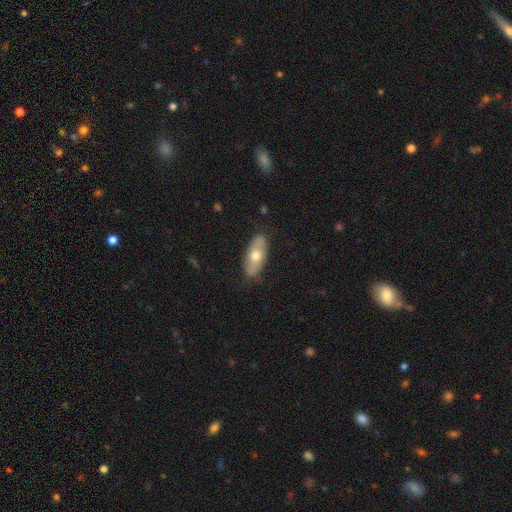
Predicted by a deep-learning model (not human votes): smooth_or_featured: smooth (p=0.59) [alt: featured or disk p=0.35]
how_rounded: in between (p=0.85) [alt: cigar-shaped p=0.11]
merging: none (p=0.83) [alt: minor disturbance p=0.13]